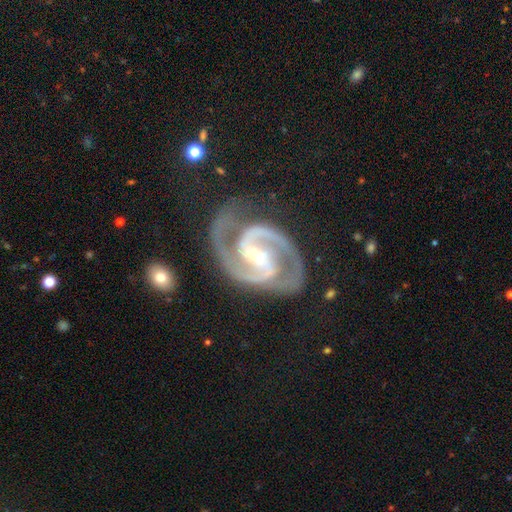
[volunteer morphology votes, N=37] Overall: featured or disk (100%). Edge-on disk: no (100%). Bar: weak (51%; strong 38%). Spiral arms: yes (100%). Spiral arm count: 2 (100%). Spiral winding: medium (65%; tight 27%). Bulge size: small (76%). Merging: none (73%).